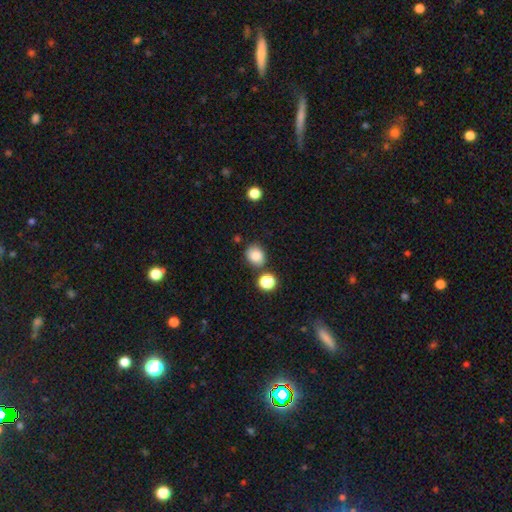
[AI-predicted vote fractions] Smooth or featured? Predicted: smooth (p=0.84). How rounded? Predicted: round (p=0.61). Merging? Predicted: none (p=0.73).